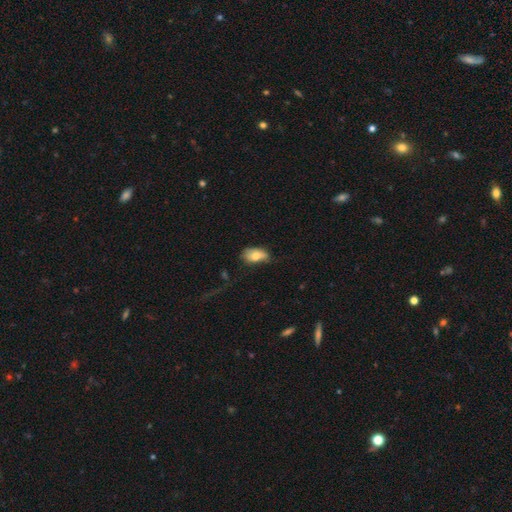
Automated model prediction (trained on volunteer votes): This is likely a smooth galaxy (75%). How rounded: clearly in between (91%). Merging: possibly none (48%).